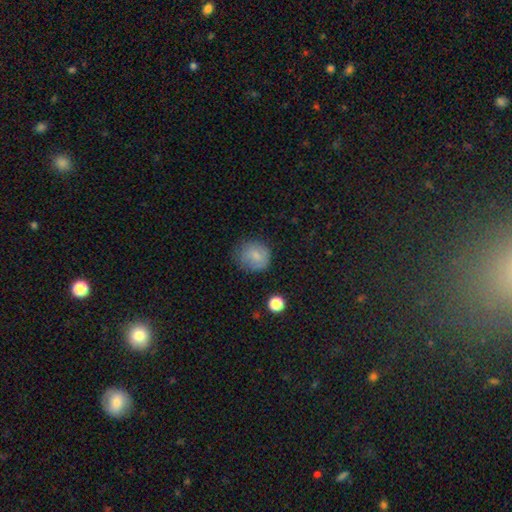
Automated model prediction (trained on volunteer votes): Overall: smooth (80%). How rounded: round (77%). Merging: none (68%).